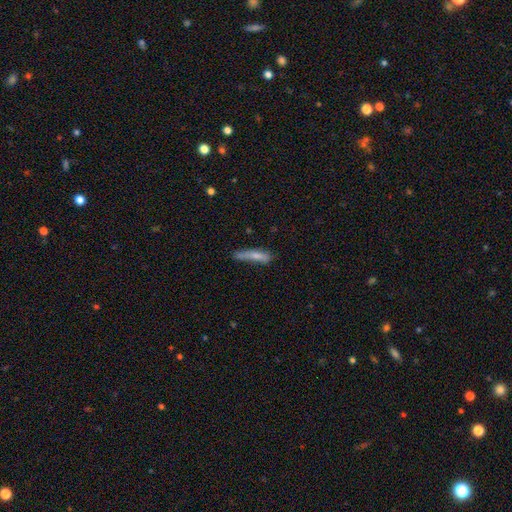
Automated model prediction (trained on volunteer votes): This appears to be a smooth galaxy with no disk features (68%) that is cigar-shaped (81%). Merging: none (50%).